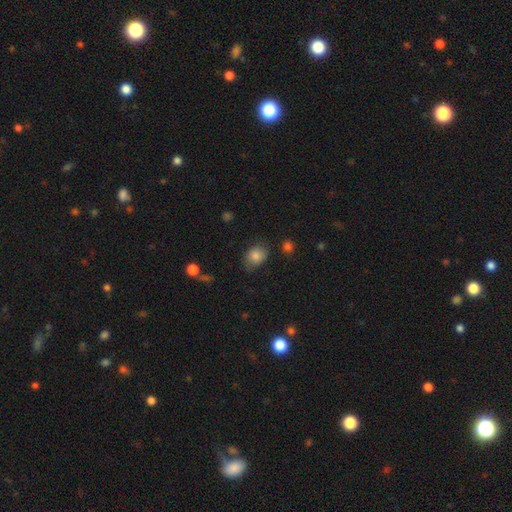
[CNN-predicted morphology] smooth-or-featured: smooth: 83% | star or artifact: 9% | featured or disk: 8%
  how-rounded: in between: 62% | round: 37% | cigar-shaped: 1%
  merging: none: 70% | minor disturbance: 22% | major disturbance: 6% | merger: 2%